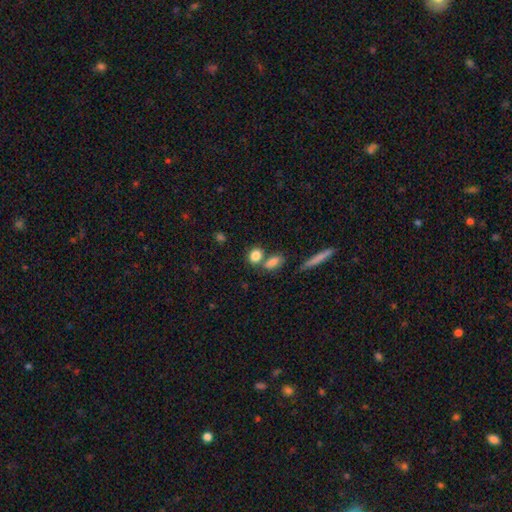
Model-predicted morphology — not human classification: Overall: smooth (83%). How rounded: in between (53%; round 42%). Merging: none (54%; merger 31%).